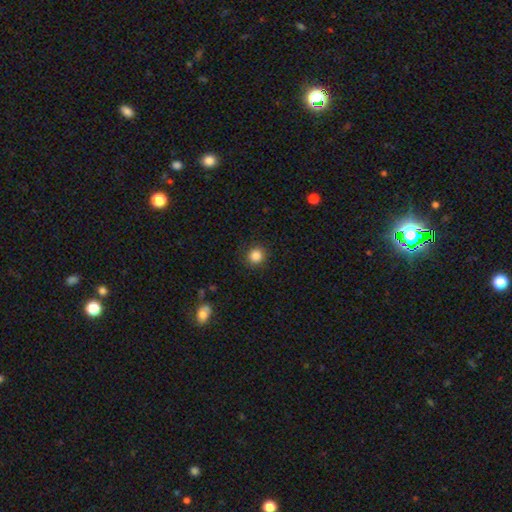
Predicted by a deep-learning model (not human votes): smooth_or_featured: smooth (p=0.86) [alt: star or artifact p=0.10]
how_rounded: round (p=0.86) [alt: in between p=0.13]
merging: none (p=0.89) [alt: minor disturbance p=0.07]